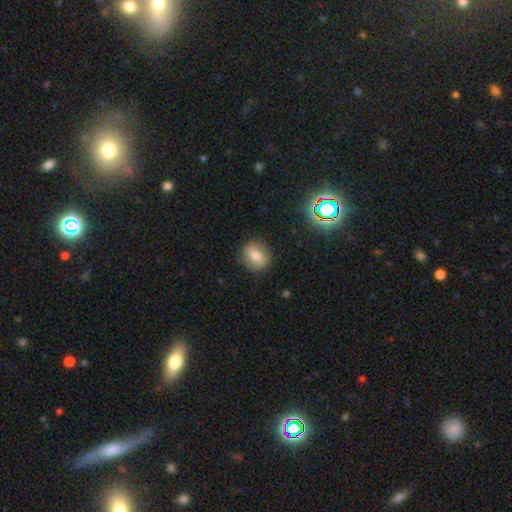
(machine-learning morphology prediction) Q: Smooth or featured?
A: smooth (68%); runner-up: featured or disk (22%)
Q: How rounded?
A: round (78%); runner-up: in between (20%)
Q: Merging?
A: none (88%); runner-up: minor disturbance (9%)